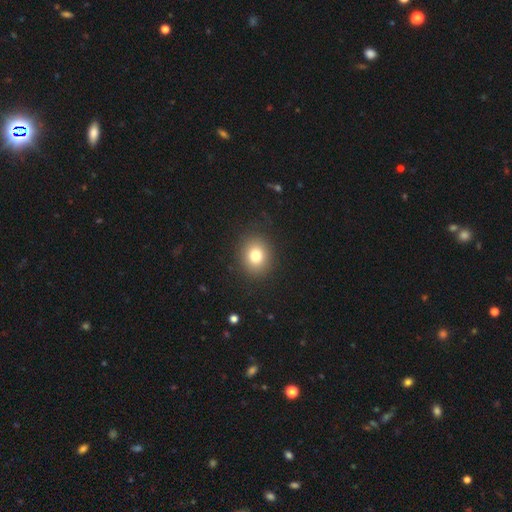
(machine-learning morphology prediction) Overall: smooth (79%). How rounded: round (70%). Merging: none (88%).